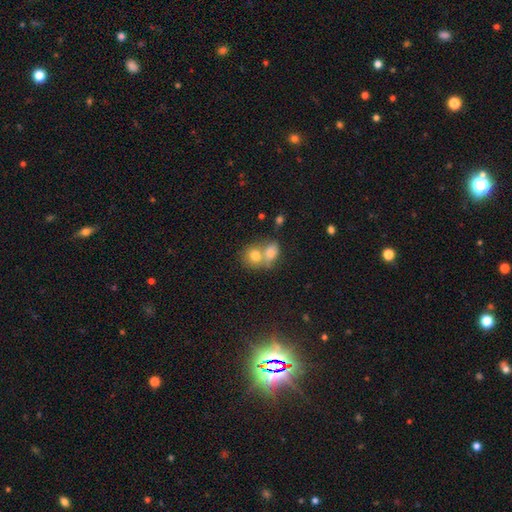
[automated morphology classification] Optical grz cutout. It shows a smooth galaxy with no disk features (76%) that is round (63%). Merging: merger (62%).